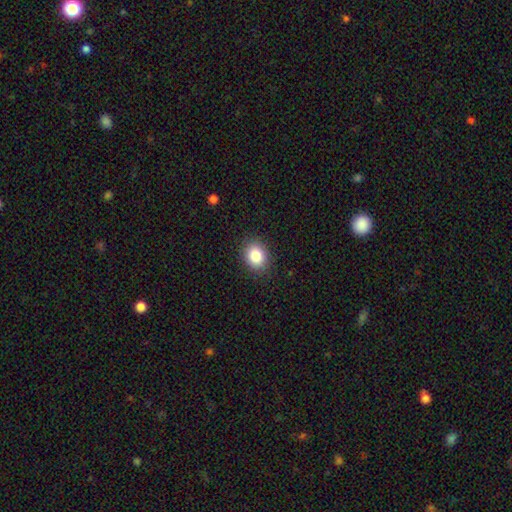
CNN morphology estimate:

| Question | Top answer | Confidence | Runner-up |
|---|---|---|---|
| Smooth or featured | smooth | 84% | star or artifact (10%) |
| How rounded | round | 54% | in between (45%) |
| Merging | none | 89% | minor disturbance (8%) |